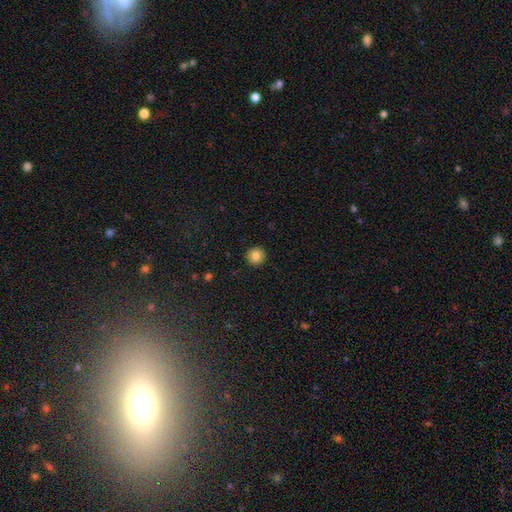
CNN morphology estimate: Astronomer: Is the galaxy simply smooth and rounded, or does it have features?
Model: smooth — 83%.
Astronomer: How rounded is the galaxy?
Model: round — 95%.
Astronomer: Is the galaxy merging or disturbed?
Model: none — 92%.